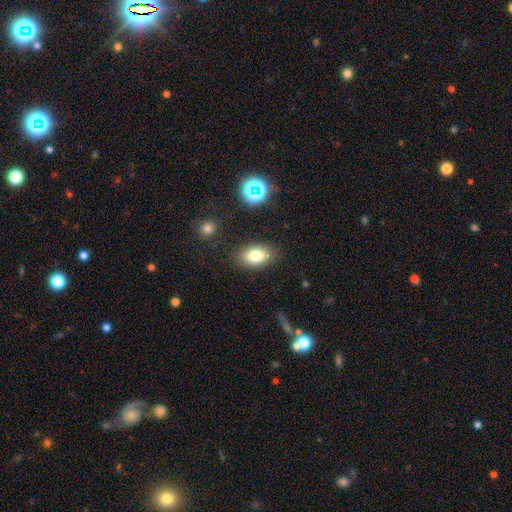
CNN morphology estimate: type=smooth (78%); roundness=in between (89%); merging=none (85%).